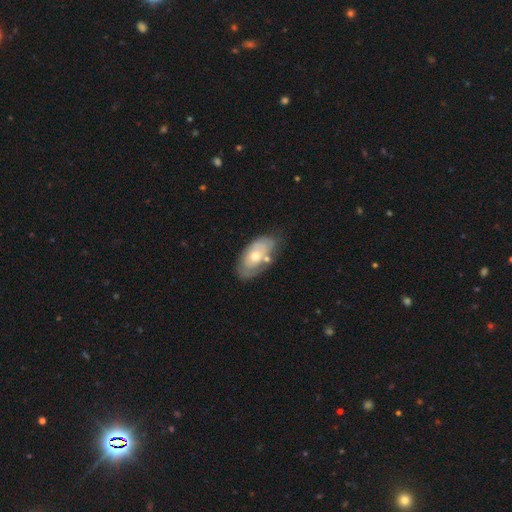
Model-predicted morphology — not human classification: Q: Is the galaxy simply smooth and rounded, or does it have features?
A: featured or disk — 50%.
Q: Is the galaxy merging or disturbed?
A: none — 58%.